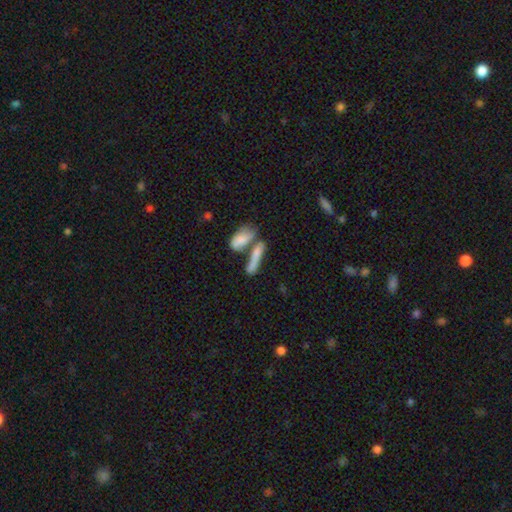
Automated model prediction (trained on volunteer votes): This appears to be a smooth galaxy with no disk features (69%) that is cigar-shaped (51%). Merging: merger (51%).